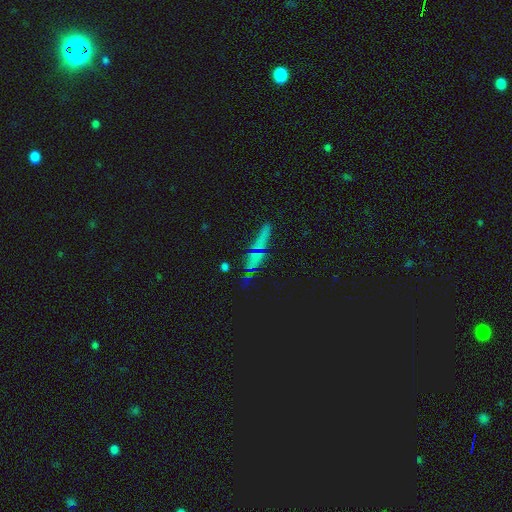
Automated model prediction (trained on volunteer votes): smooth 39%, star or artifact 34%, featured or disk 27%. Down the decision tree: merging — none (66%).